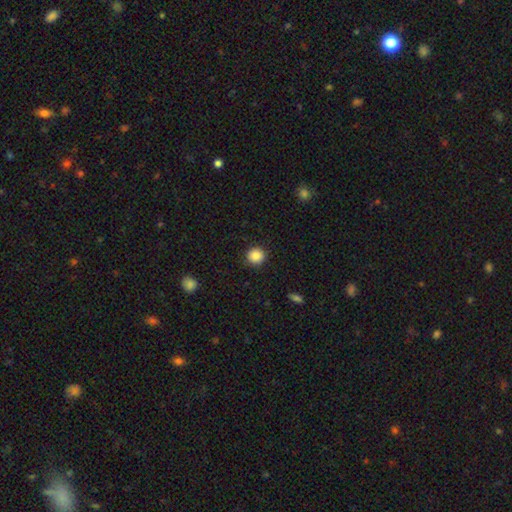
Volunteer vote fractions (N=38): smooth-or-featured: smooth: 89% | star or artifact: 8% | featured or disk: 3%
  how-rounded: round: 85% | in between: 15% | cigar-shaped: 0%
  merging: none: 89% | minor disturbance: 6% | major disturbance: 6% | merger: 0%